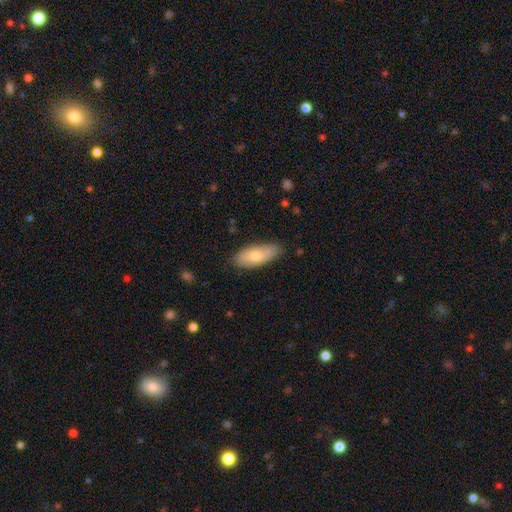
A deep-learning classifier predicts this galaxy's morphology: A smooth galaxy with no disk features (72%) that is in between round and cigar-shaped (83%). Merging: none (79%).